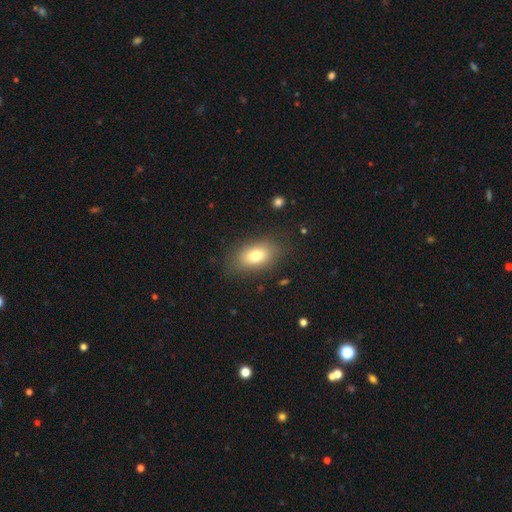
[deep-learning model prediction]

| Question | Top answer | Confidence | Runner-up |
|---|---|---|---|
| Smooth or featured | smooth | 76% | featured or disk (15%) |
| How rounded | in between | 86% | round (11%) |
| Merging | none | 82% | minor disturbance (12%) |